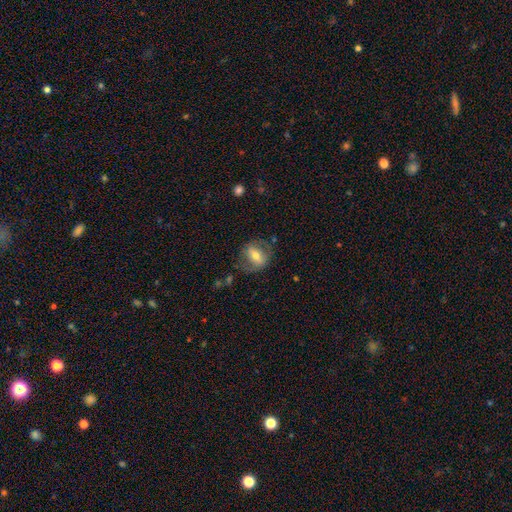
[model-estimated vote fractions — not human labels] This appears to be a smooth galaxy with no disk features (46%, tied with featured or disk). Merging: none (64%).